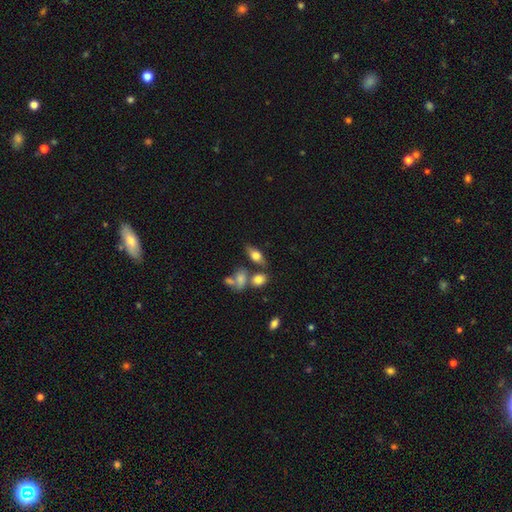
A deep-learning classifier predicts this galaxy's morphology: The model was most divided on "smooth or featured": smooth: 66%, featured or disk: 25%, star or artifact: 9%. More confident: how rounded — in between (81%); merging — none (67%).